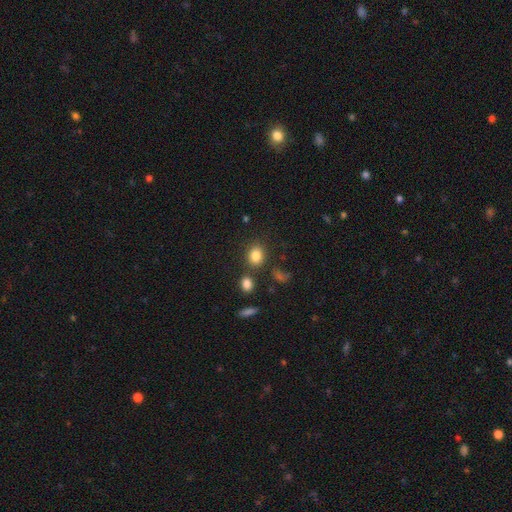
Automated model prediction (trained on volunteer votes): Smooth or featured? smooth (84%)
How rounded? round (51%)
Merging? none (75%)